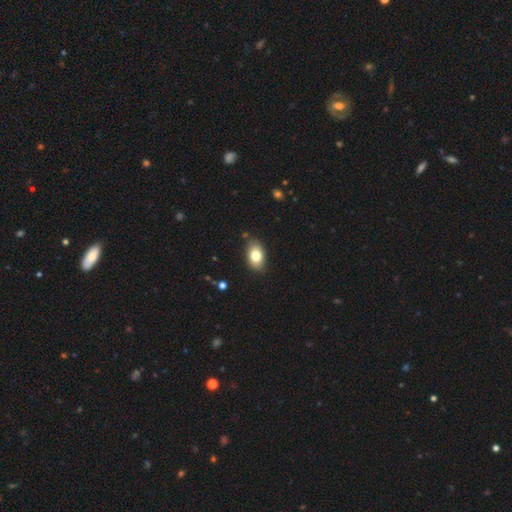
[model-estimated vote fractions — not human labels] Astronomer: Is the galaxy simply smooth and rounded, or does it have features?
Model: smooth — 79%.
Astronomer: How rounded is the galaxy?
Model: in between — 88%.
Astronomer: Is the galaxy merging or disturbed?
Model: none — 83%.